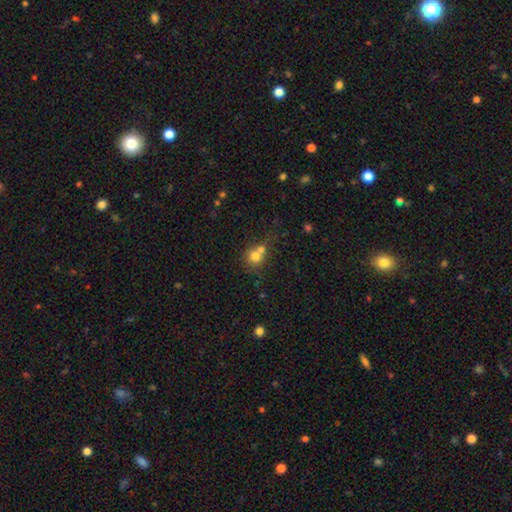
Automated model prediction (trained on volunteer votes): Smooth or featured? Predicted: smooth (p=0.73). How rounded? Predicted: round (p=0.84). Merging? Predicted: merger (p=0.53).